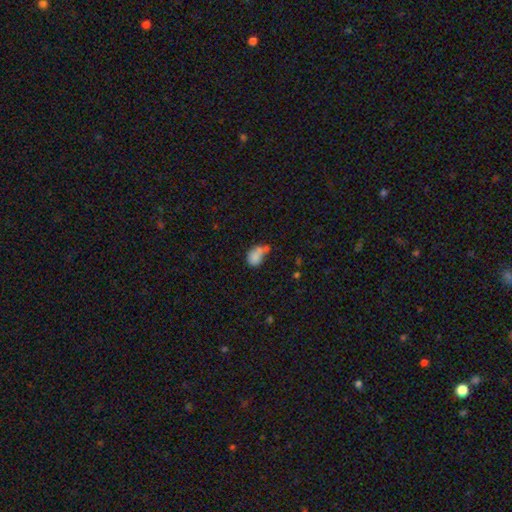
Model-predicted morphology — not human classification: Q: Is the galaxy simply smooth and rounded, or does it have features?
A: smooth — 77%.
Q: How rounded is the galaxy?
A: in between — 68%.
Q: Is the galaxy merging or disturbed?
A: merger — 38%.